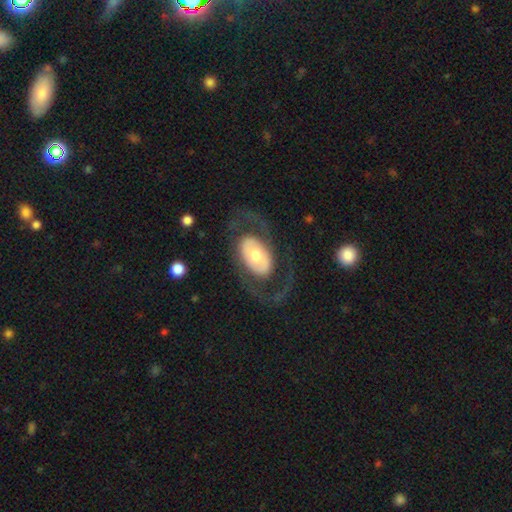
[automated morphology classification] A featured or disk galaxy (67%) with no bar (71%), spiral arms (52%) and a moderate central bulge (64%).

Vote fractions:
- Smooth or featured? featured or disk: 67% / smooth: 28% / star or artifact: 5%
- Edge-on disk? no: 92% / yes: 8%
- Bar? no: 71% / weak: 20% / strong: 9%
- Spiral arms? yes: 52% / no: 48%
- Bulge size? moderate: 64% / large: 19% / small: 13% / dominant: 3% / none: 1%
- Merging? none: 70% / major disturbance: 17% / minor disturbance: 11% / merger: 1%